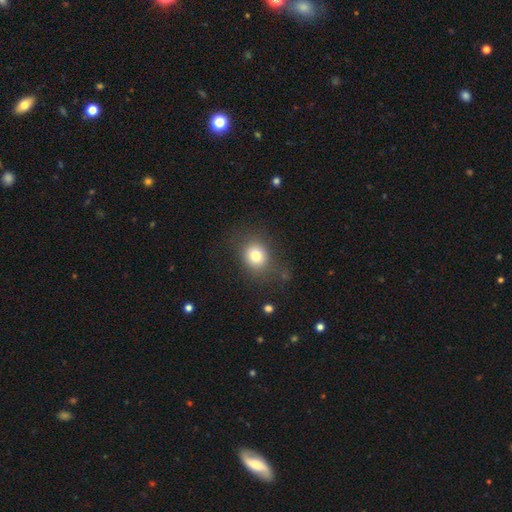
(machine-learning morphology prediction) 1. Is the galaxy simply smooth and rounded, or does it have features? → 79% smooth, 11% star or artifact, 11% featured or disk.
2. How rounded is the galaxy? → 61% round, 38% in between, 1% cigar-shaped.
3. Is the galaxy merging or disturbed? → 72% none, 17% minor disturbance, 8% major disturbance, 2% merger.